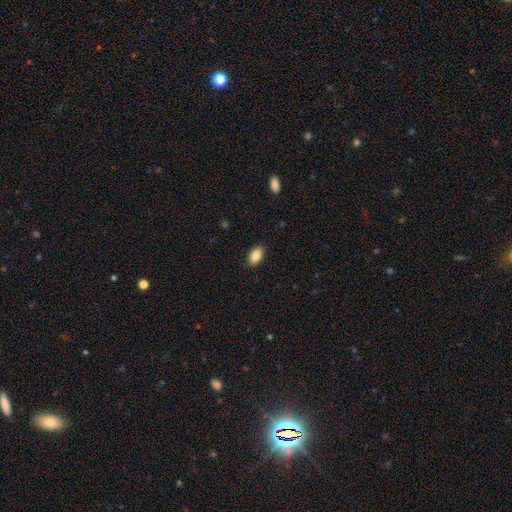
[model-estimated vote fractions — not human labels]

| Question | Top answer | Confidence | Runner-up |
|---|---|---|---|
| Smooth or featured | smooth | 85% | star or artifact (7%) |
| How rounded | in between | 92% | round (6%) |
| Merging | none | 89% | minor disturbance (8%) |